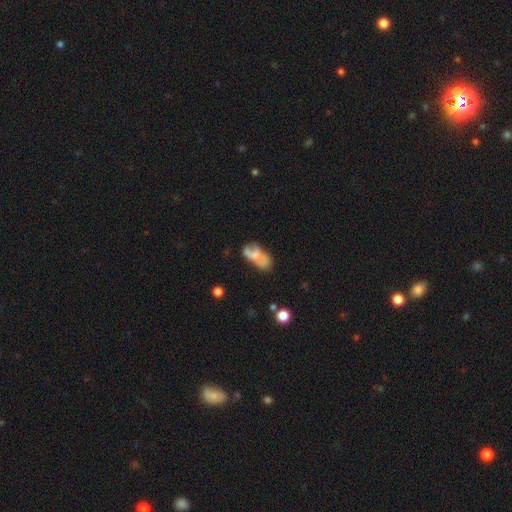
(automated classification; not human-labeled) This is possibly a featured or disk galaxy (45%, tied with smooth). Merging: marginally none (33%).